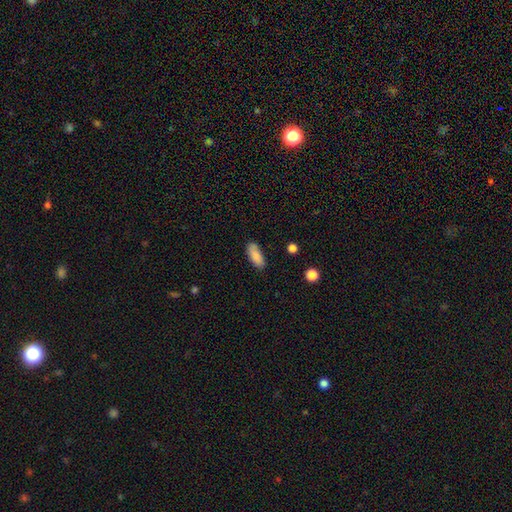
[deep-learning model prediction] The model was most divided on "how rounded": in between: 78%, cigar-shaped: 20%, round: 2%. More confident: smooth or featured — smooth (87%); merging — none (77%).